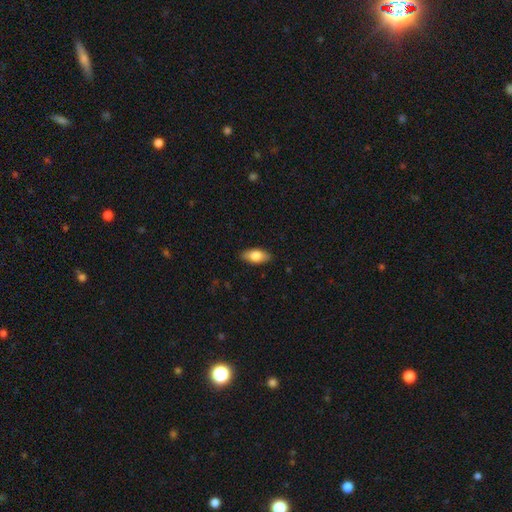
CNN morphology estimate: This appears to be a smooth galaxy with no disk features (79%) that is in between round and cigar-shaped (89%). Merging: none (86%).